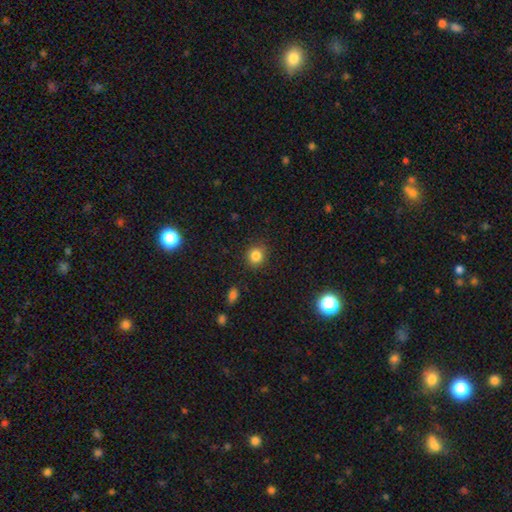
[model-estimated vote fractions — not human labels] Morphology: type=smooth (83%); roundness=round (84%); merging=none (87%).